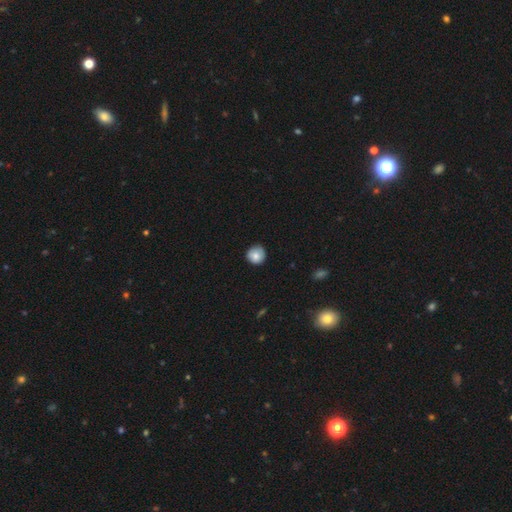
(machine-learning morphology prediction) Q: Smooth or featured?
A: smooth (81%); runner-up: featured or disk (11%)
Q: How rounded?
A: round (93%); runner-up: in between (6%)
Q: Merging?
A: none (83%); runner-up: minor disturbance (14%)